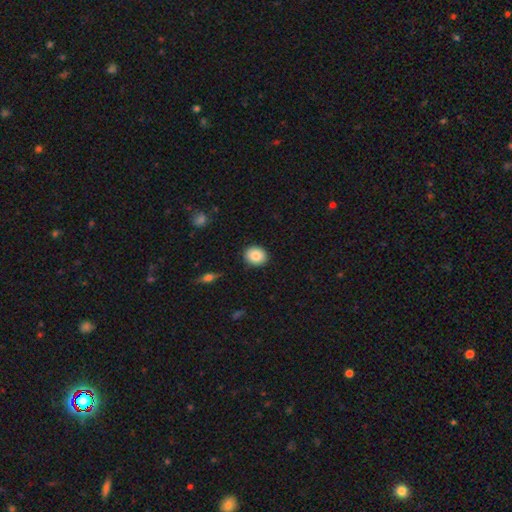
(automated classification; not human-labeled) This is clearly a smooth galaxy (86%). How rounded: likely round (66%). Merging: clearly none (89%).